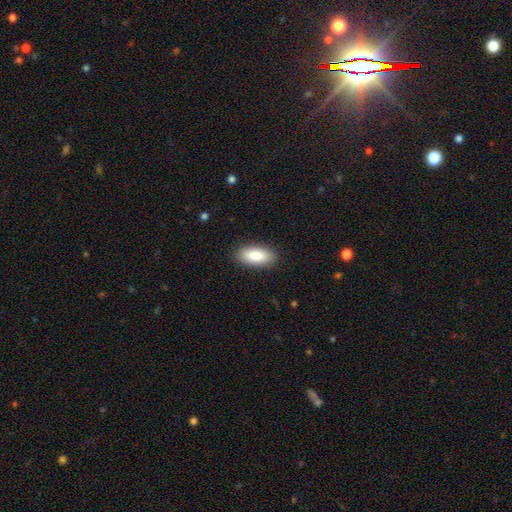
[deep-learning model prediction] A smooth galaxy with no disk features (85%) that is in between round and cigar-shaped (88%).

Vote fractions:
- Smooth or featured? smooth: 85% / featured or disk: 8% / star or artifact: 6%
- How rounded? in between: 88% / cigar-shaped: 10% / round: 2%
- Merging? none: 89% / minor disturbance: 8% / major disturbance: 2% / merger: 1%